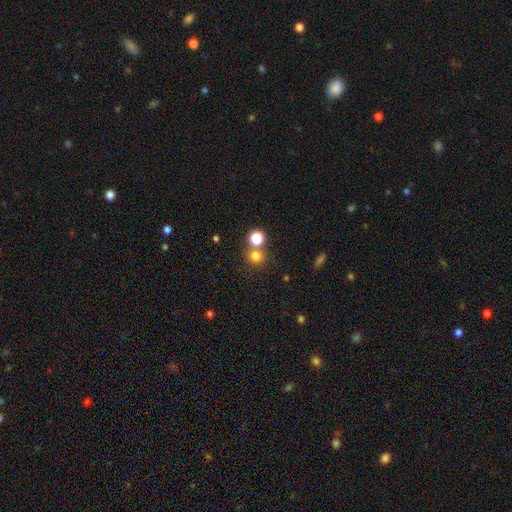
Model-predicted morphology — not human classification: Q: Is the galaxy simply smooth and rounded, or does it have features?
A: smooth — 75%.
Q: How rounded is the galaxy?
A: round — 90%.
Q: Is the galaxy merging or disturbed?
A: none — 63%.